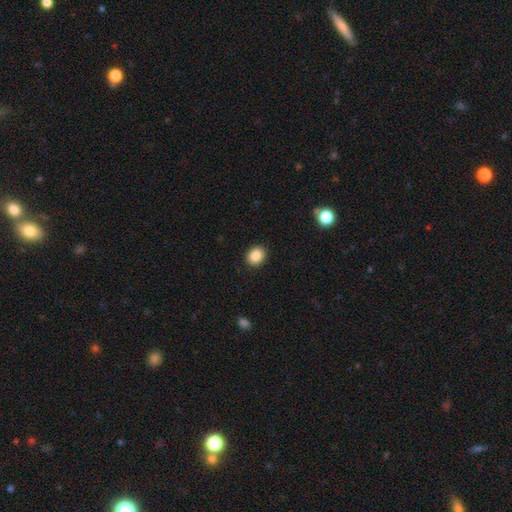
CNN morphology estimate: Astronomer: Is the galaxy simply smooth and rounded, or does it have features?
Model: smooth — 87%.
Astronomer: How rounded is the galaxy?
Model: round — 59% (runner-up: in between, 40%).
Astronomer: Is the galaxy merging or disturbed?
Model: none — 91%.